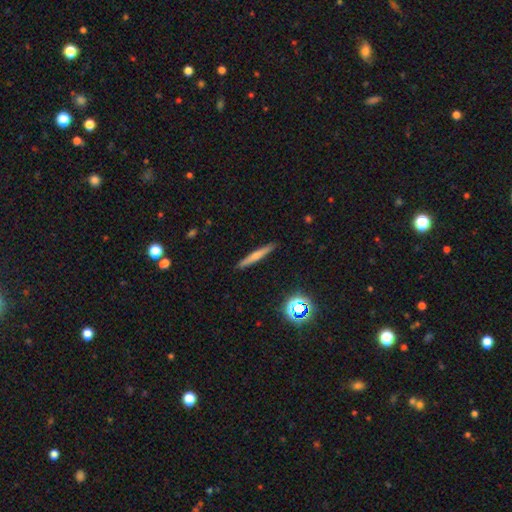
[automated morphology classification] This is possibly a smooth galaxy (55%). How rounded: clearly cigar-shaped (94%). Merging: clearly none (90%).